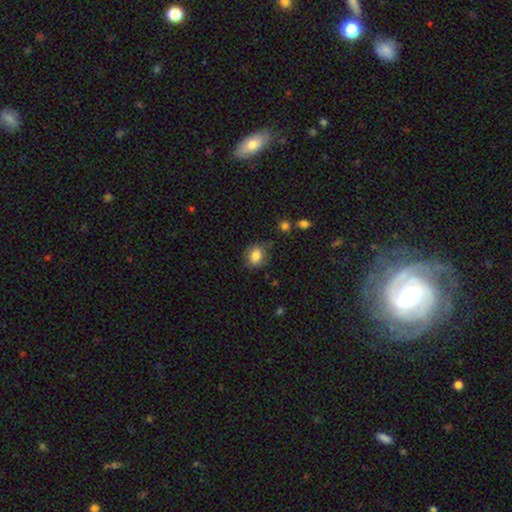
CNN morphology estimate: Smooth or featured? smooth (81%)
How rounded? in between (51%)
Merging? none (70%)